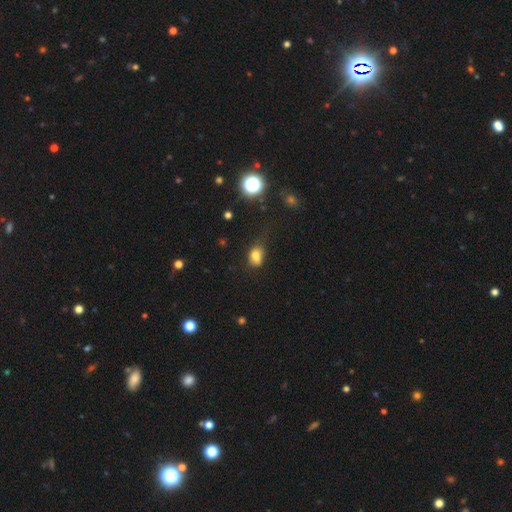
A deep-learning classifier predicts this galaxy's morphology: Smooth or featured? smooth (76%)
How rounded? in between (75%)
Merging? none (40%)